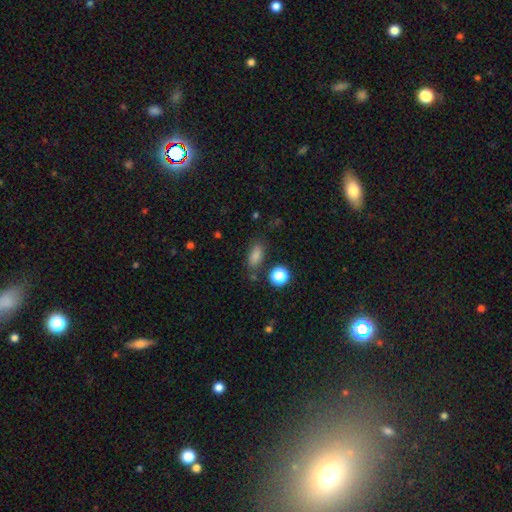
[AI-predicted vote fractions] A smooth galaxy with no disk features (81%) that is in between round and cigar-shaped (80%).

Vote fractions:
- Smooth or featured? smooth: 81% / star or artifact: 13% / featured or disk: 6%
- How rounded? in between: 80% / round: 10% / cigar-shaped: 10%
- Merging? none: 76% / minor disturbance: 14% / merger: 5% / major disturbance: 5%